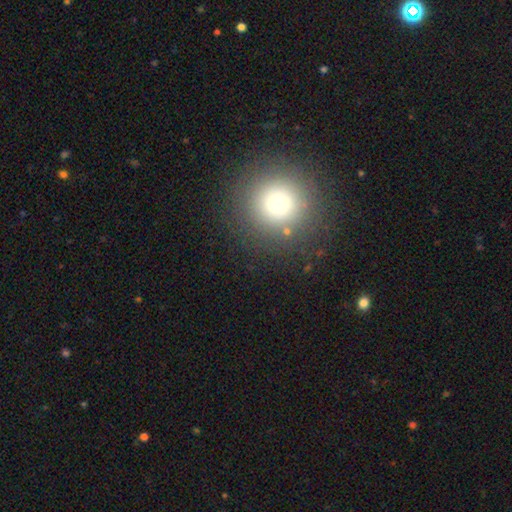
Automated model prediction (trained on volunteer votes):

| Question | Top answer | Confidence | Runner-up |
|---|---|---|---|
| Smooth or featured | smooth | 70% | star or artifact (19%) |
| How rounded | round | 94% | in between (5%) |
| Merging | none | 88% | minor disturbance (7%) |